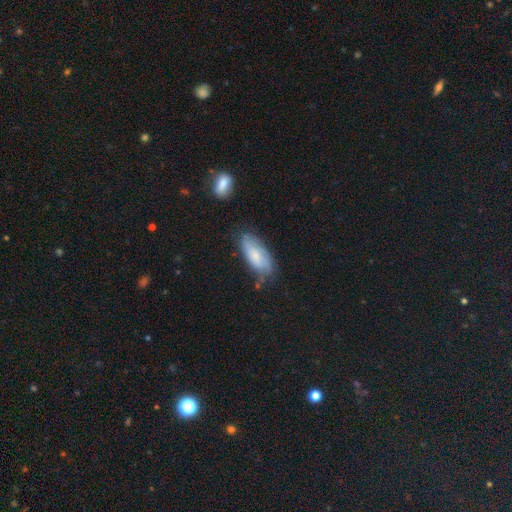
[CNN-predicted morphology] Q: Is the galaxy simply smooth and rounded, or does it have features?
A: smooth — 60%.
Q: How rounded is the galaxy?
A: in between — 81%.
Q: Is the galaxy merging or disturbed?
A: none — 62%.